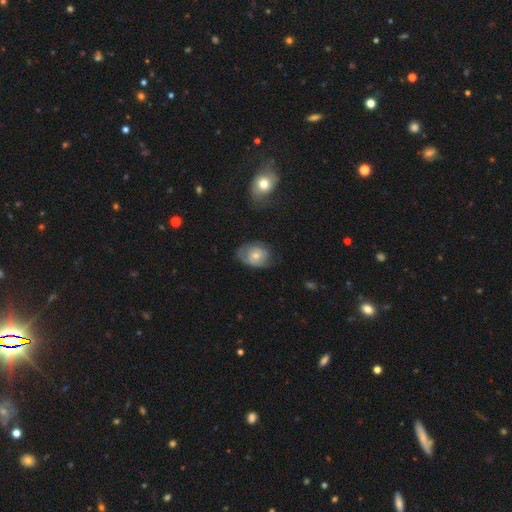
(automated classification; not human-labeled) Morphology: type=smooth (56%); roundness=in between (69%); merging=none (55%).